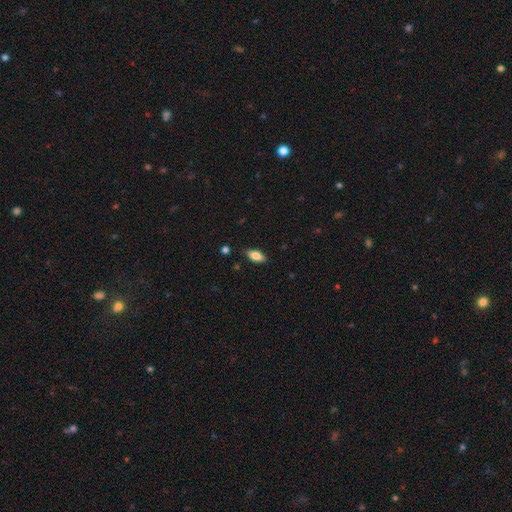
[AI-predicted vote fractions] Overall: smooth (79%). How rounded: in between (87%). Merging: none (84%).